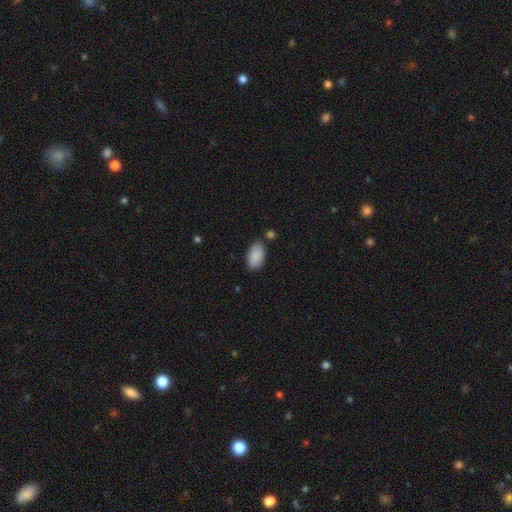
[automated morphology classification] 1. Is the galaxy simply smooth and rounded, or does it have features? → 90% smooth, 7% star or artifact, 4% featured or disk.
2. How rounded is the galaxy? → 94% in between, 4% round, 2% cigar-shaped.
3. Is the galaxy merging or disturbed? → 79% none, 13% minor disturbance, 5% merger, 3% major disturbance.